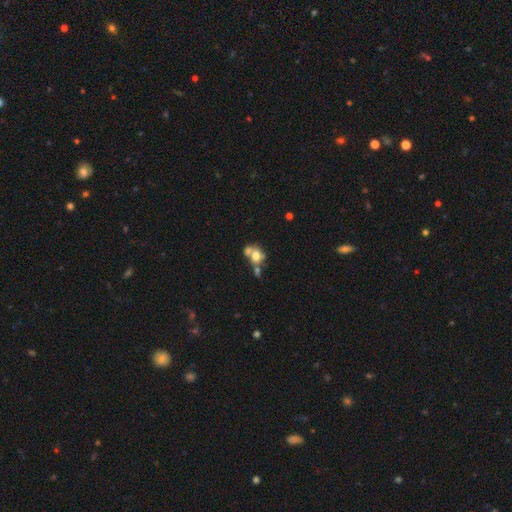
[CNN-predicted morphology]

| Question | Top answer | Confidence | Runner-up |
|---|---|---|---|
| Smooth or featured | smooth | 62% | featured or disk (26%) |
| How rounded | round | 54% | in between (45%) |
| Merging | merger | 56% | none (26%) |